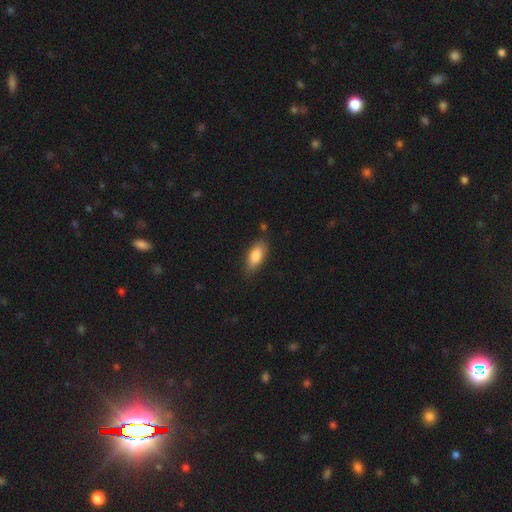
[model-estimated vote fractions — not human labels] smooth_or_featured: smooth (p=0.84) [alt: featured or disk p=0.10]
how_rounded: in between (p=0.81) [alt: cigar-shaped p=0.16]
merging: none (p=0.78) [alt: minor disturbance p=0.17]